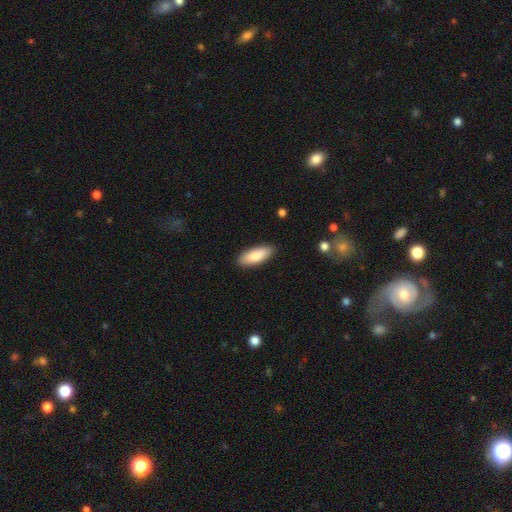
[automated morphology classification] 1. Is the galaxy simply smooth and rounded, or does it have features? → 86% smooth, 9% featured or disk, 5% star or artifact.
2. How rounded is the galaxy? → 74% in between, 24% cigar-shaped, 2% round.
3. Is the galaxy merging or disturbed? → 88% none, 9% minor disturbance, 2% major disturbance, 1% merger.